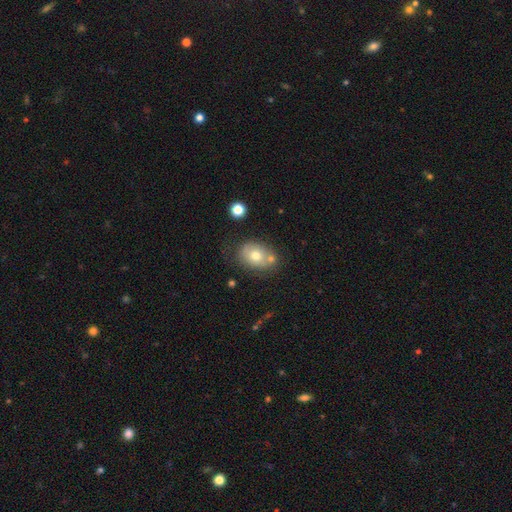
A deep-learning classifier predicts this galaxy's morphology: The model was most divided on "how rounded": in between: 65%, round: 34%, cigar-shaped: 1%. More confident: smooth or featured — smooth (67%); merging — none (56%).